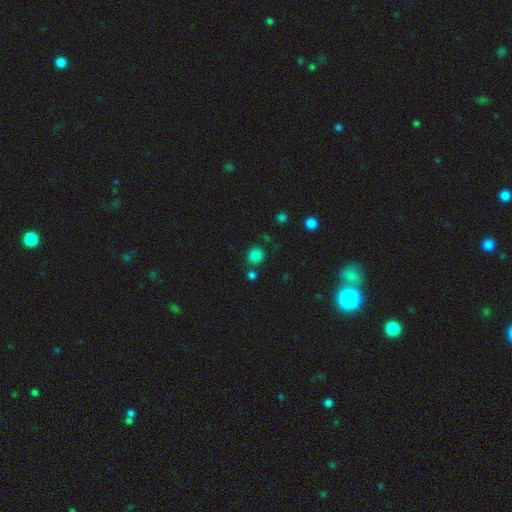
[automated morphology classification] This appears to be a smooth galaxy with no disk features (82%) that is round (85%). Merging: none (76%).